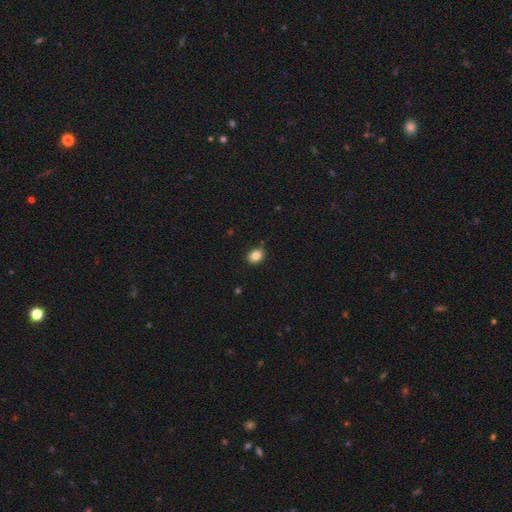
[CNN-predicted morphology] A smooth galaxy with no disk features (84%) that is in between round and cigar-shaped (60%). Merging: none (85%).